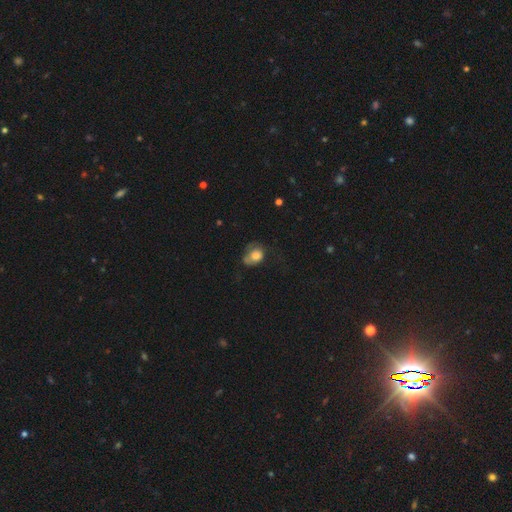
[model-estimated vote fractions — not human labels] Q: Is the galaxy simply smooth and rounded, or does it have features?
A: smooth — 67%.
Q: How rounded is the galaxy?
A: in between — 53%.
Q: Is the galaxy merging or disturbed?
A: none — 34%.